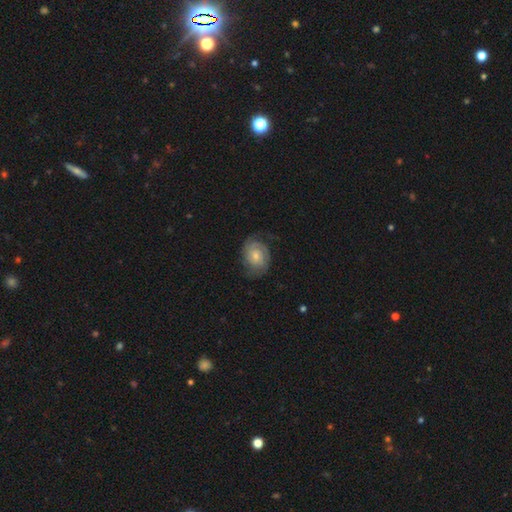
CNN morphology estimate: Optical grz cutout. It shows a featured or disk galaxy (70%) with no bar (69%), 2 (54%) tight (58%) spiral arms (92%) and a small central bulge (53%). Merging: none (68%).